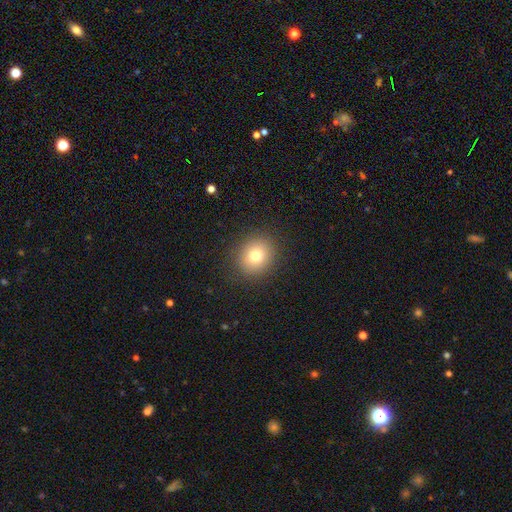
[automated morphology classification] smooth-or-featured: smooth: 76% | star or artifact: 13% | featured or disk: 11%
  how-rounded: round: 78% | in between: 21% | cigar-shaped: 1%
  merging: none: 89% | minor disturbance: 7% | major disturbance: 3% | merger: 1%